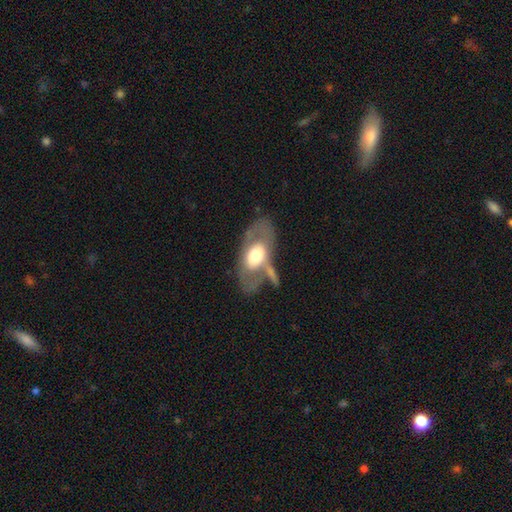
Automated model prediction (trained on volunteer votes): smooth_or_featured: featured or disk (p=0.50) [alt: smooth p=0.44]
merging: none (p=0.52) [alt: minor disturbance p=0.18]